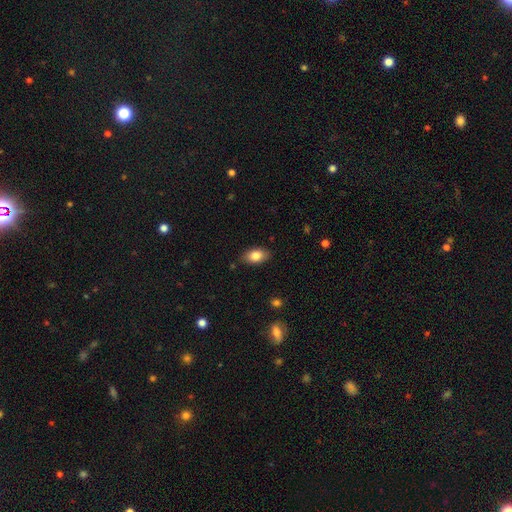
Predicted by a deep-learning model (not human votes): smooth-or-featured: smooth: 82% | featured or disk: 10% | star or artifact: 8%
  how-rounded: in between: 90% | round: 7% | cigar-shaped: 3%
  merging: none: 85% | minor disturbance: 12% | major disturbance: 2% | merger: 1%